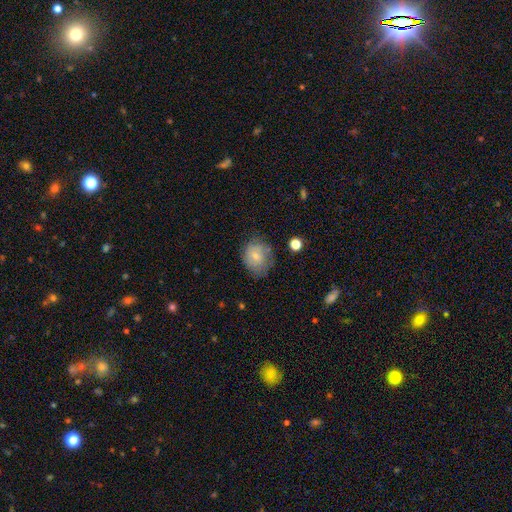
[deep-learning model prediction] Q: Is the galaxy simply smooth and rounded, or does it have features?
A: smooth — 72%.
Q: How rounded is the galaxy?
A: round — 58%.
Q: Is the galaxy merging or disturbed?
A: none — 64%.